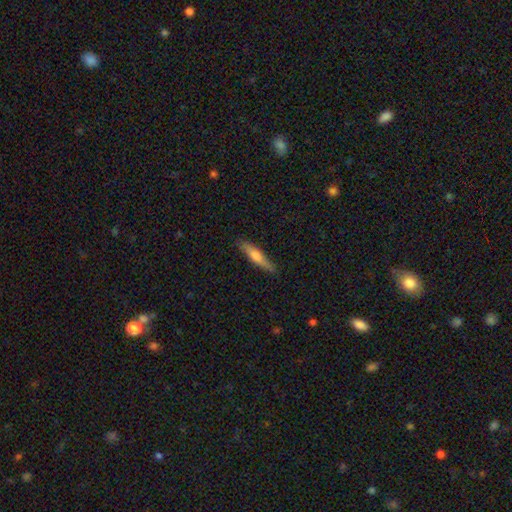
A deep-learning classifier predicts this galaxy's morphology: type=smooth (50%); roundness=cigar-shaped (88%); merging=none (88%).